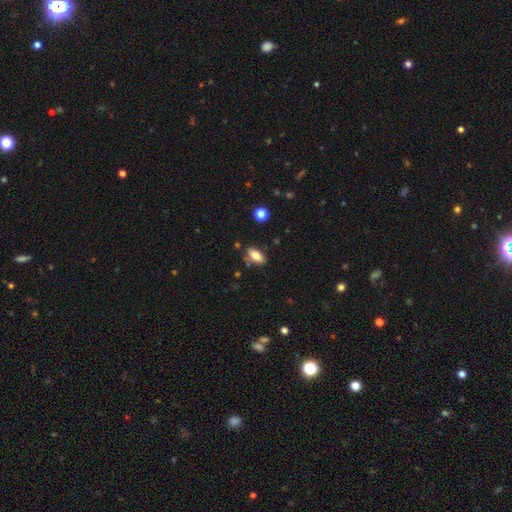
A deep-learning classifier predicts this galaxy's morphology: This appears to be a smooth galaxy with no disk features (73%) that is in between round and cigar-shaped (85%). Merging: none (77%).